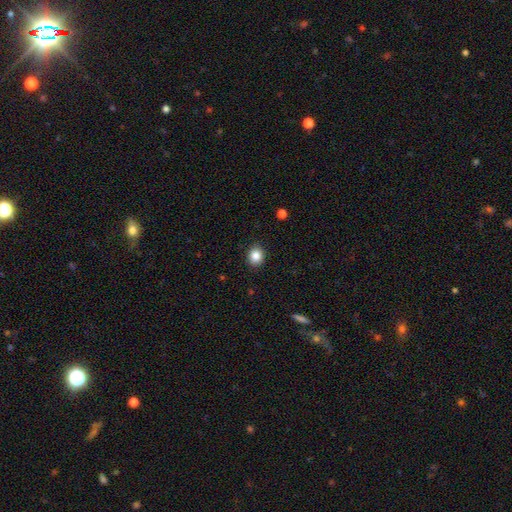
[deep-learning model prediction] This appears to be a smooth galaxy with no disk features (85%) that is round (66%). Merging: none (90%).